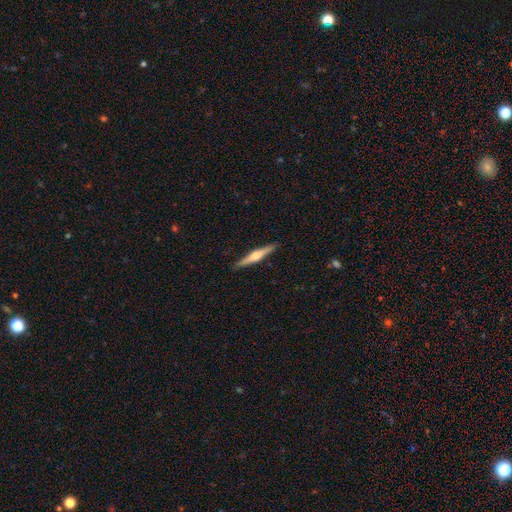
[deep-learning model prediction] A featured or disk galaxy (65%) viewed edge-on (98%) with a rounded central bulge (87%). Merging: none (91%).